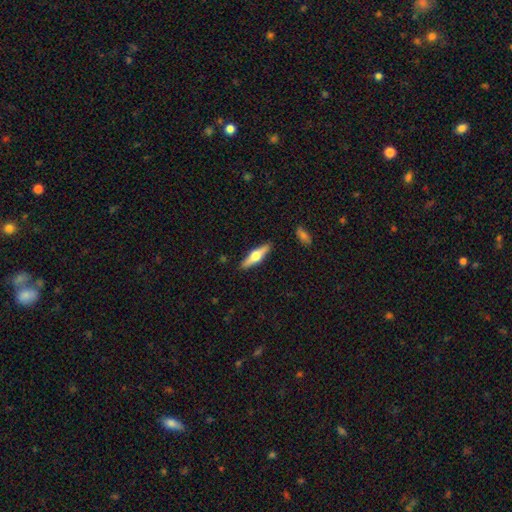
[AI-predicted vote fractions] featured or disk 51%, smooth 44%, star or artifact 5%. Down the decision tree: edge-on disk — yes (93%); merging — none (89%).